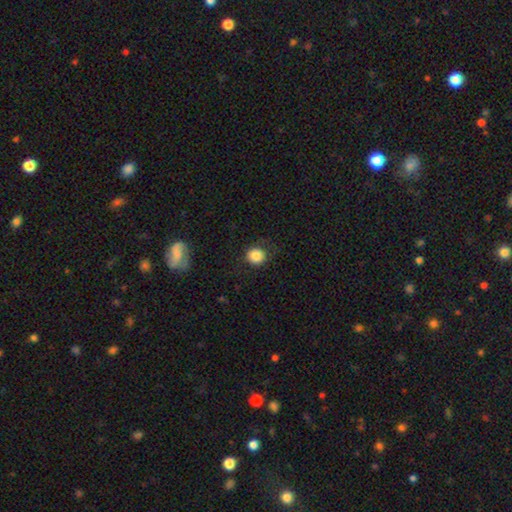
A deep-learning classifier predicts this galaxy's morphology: Smooth or featured? smooth (85%)
How rounded? round (88%)
Merging? none (83%)